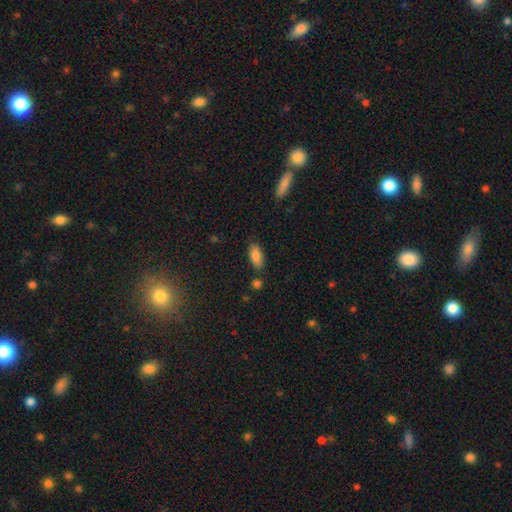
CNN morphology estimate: Q: Smooth or featured?
A: smooth (86%); runner-up: star or artifact (7%)
Q: How rounded?
A: in between (86%); runner-up: cigar-shaped (12%)
Q: Merging?
A: none (80%); runner-up: minor disturbance (13%)